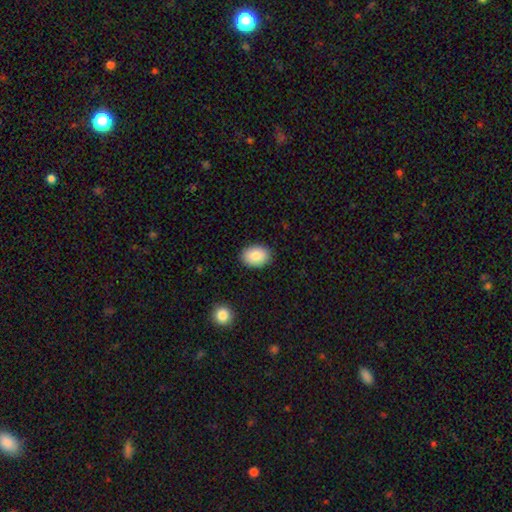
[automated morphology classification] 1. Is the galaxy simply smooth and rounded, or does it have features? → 86% smooth, 7% star or artifact, 7% featured or disk.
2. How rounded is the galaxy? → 76% in between, 23% round, 1% cigar-shaped.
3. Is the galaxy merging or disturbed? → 89% none, 8% minor disturbance, 2% major disturbance, 1% merger.